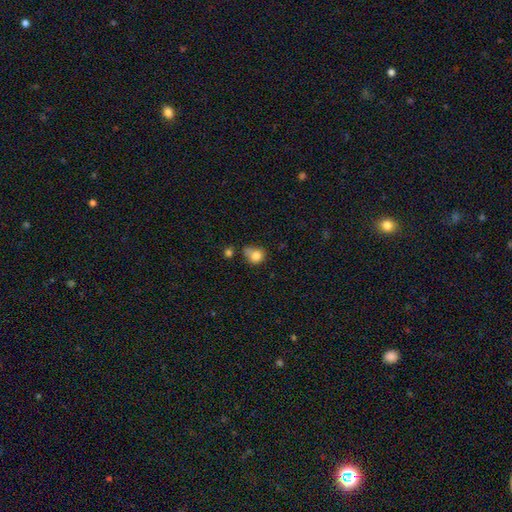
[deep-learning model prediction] Q: Smooth or featured?
A: smooth (81%); runner-up: star or artifact (11%)
Q: How rounded?
A: round (68%); runner-up: in between (31%)
Q: Merging?
A: none (39%); runner-up: minor disturbance (31%)